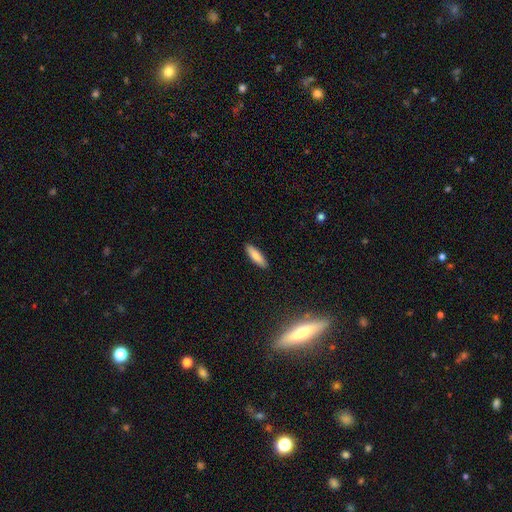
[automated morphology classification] Smooth or featured? Predicted: smooth (p=0.83). How rounded? Predicted: cigar-shaped (p=0.62). Merging? Predicted: none (p=0.90).